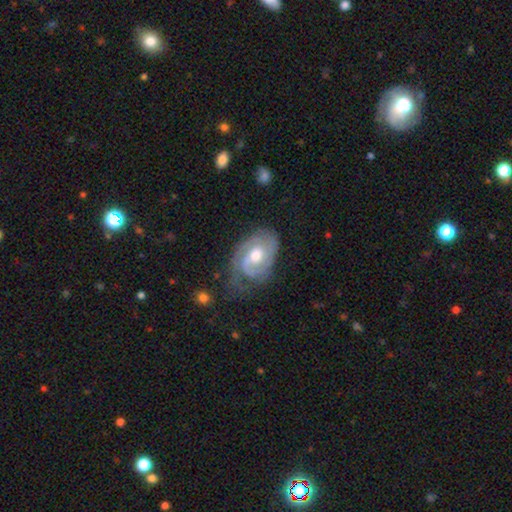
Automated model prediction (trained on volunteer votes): Smooth or featured? featured or disk (84%)
Edge-on disk? no (97%)
Bar? no (55%)
Spiral arms? yes (94%)
Spiral winding? tight (56%)
Spiral arm count? 2 (52%)
Bulge size? moderate (73%)
Merging? none (56%)